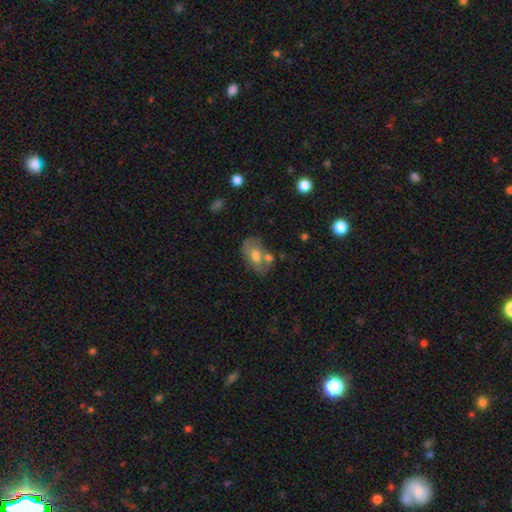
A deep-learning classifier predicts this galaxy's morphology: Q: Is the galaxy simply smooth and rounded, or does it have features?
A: smooth — 50%.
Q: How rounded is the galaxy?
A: in between — 84%.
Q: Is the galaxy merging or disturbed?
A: none — 41%.